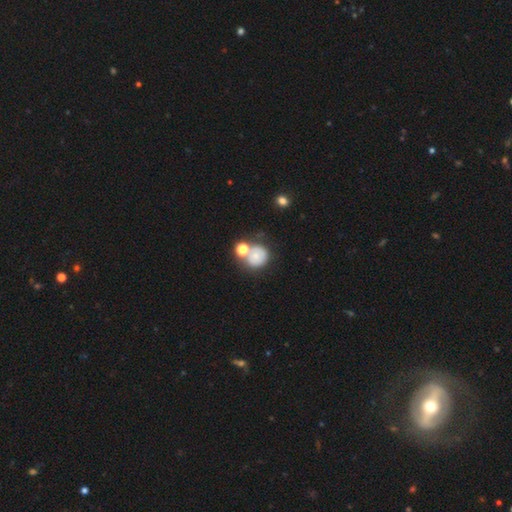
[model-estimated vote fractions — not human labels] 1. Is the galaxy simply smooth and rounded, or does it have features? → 67% smooth, 20% featured or disk, 12% star or artifact.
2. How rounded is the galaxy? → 84% round, 16% in between, 1% cigar-shaped.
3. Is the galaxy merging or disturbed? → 48% none, 29% merger, 15% minor disturbance, 7% major disturbance.